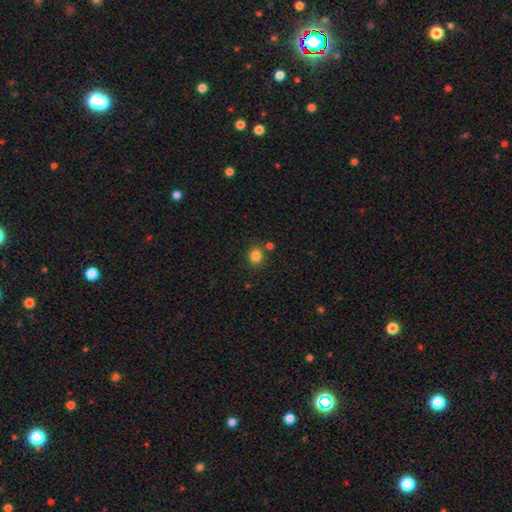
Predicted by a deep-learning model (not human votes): Overall: smooth (84%). How rounded: round (70%). Merging: none (78%).